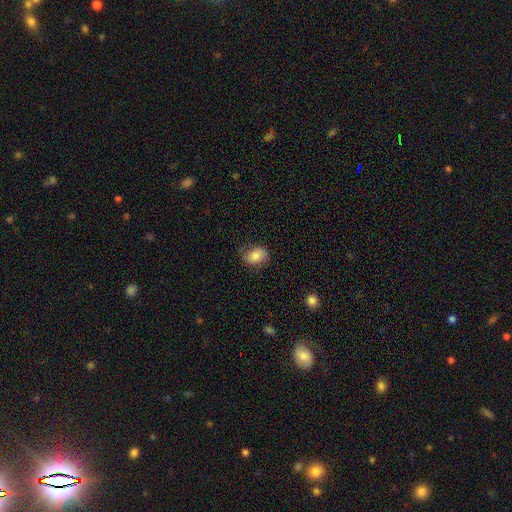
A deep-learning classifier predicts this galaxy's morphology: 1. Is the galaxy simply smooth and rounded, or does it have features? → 79% smooth, 13% featured or disk, 8% star or artifact.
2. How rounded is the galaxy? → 70% in between, 29% round, 1% cigar-shaped.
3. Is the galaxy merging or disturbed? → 74% none, 20% minor disturbance, 5% major disturbance, 1% merger.